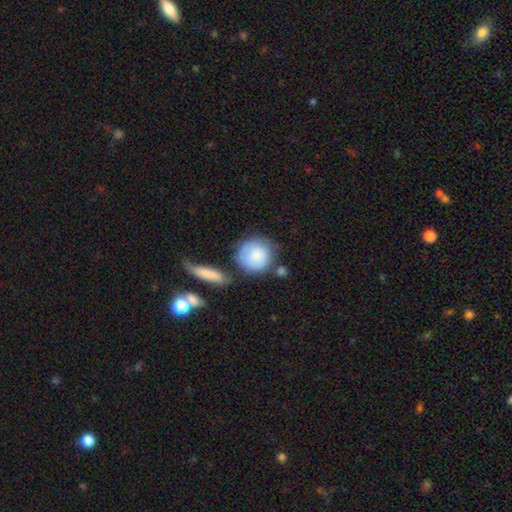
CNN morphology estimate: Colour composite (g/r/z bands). It shows a smooth galaxy with no disk features (78%) that is round (88%). Merging: none (56%).